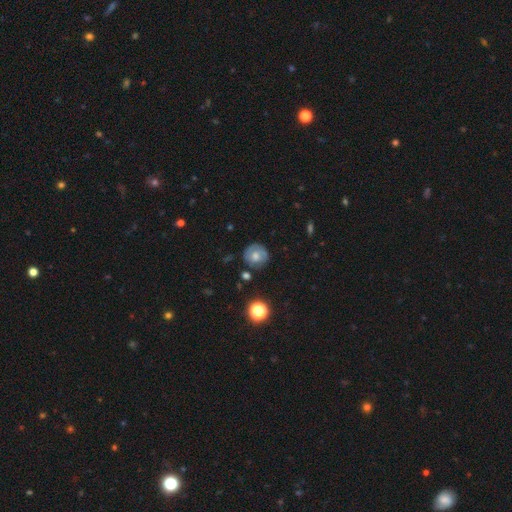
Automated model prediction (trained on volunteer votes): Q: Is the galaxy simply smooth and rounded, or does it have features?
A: smooth — 56%.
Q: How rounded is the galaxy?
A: round — 88%.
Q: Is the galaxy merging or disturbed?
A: none — 73%.